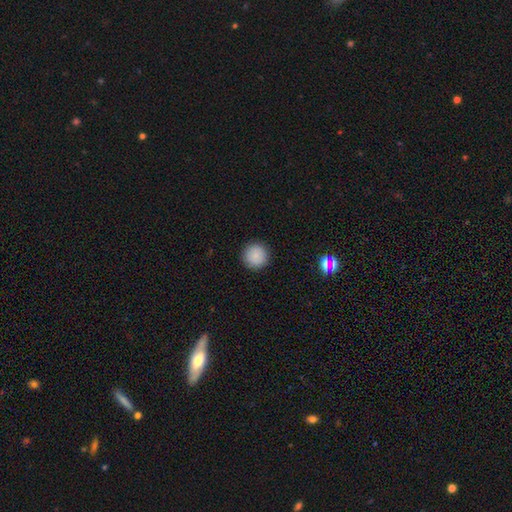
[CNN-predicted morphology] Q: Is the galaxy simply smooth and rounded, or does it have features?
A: smooth — 87%.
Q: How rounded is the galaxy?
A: round — 96%.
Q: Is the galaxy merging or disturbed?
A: none — 93%.